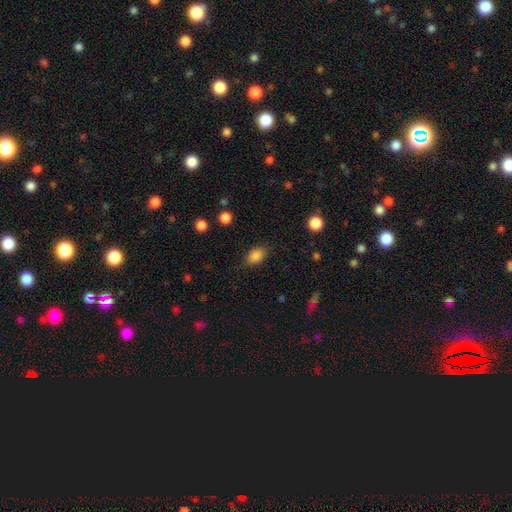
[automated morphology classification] This is clearly a smooth galaxy (86%). How rounded: clearly in between (81%). Merging: clearly none (81%).